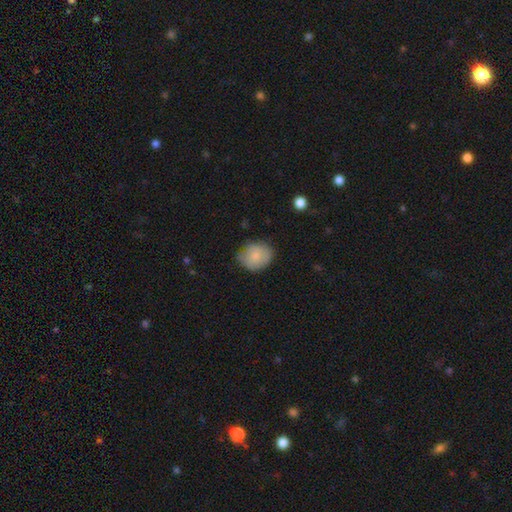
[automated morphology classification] This appears to be a smooth galaxy with no disk features (79%) that is round (65%). Merging: none (64%).